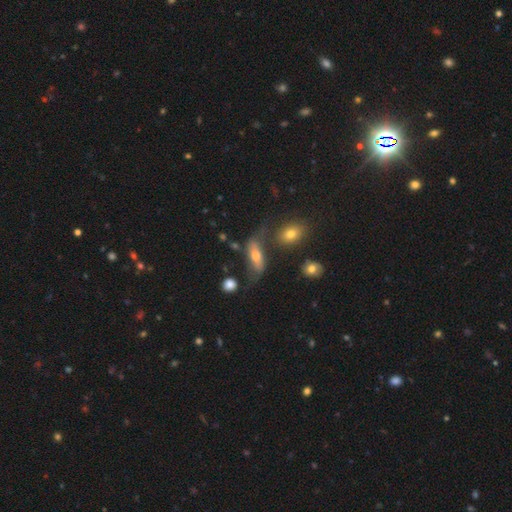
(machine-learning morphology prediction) This is marginally a smooth galaxy (45%). Merging: possibly none (52%).